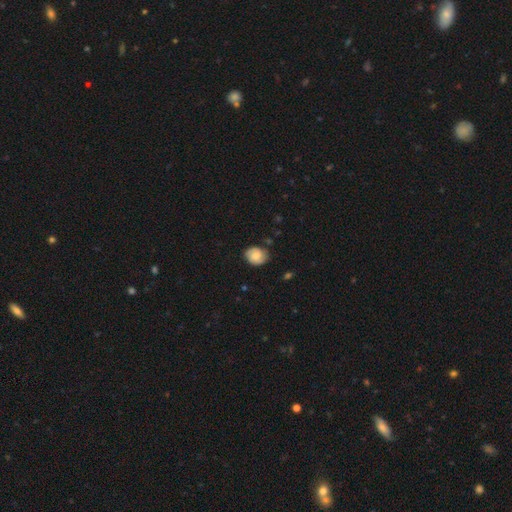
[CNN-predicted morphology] This appears to be a smooth galaxy with no disk features (59%) that is round (56%). Merging: none (76%).